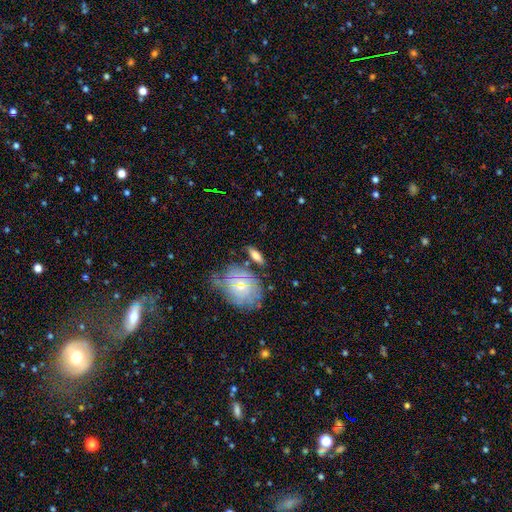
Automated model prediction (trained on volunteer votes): smooth 60%, featured or disk 31%, star or artifact 9%. Down the decision tree: how rounded — in between (66%); merging — none (71%).